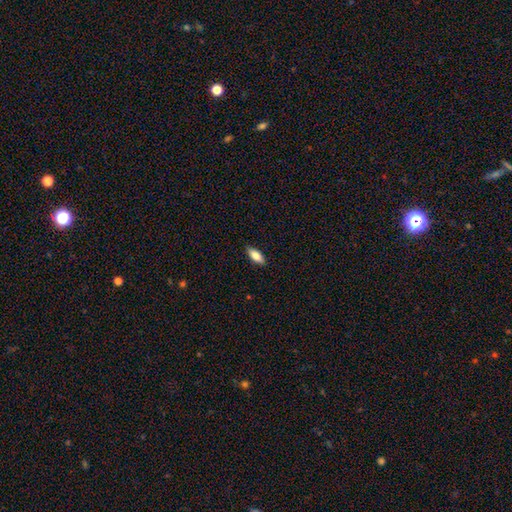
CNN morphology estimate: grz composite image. It shows a smooth galaxy with no disk features (76%) that is in between round and cigar-shaped (73%). Merging: none (89%).